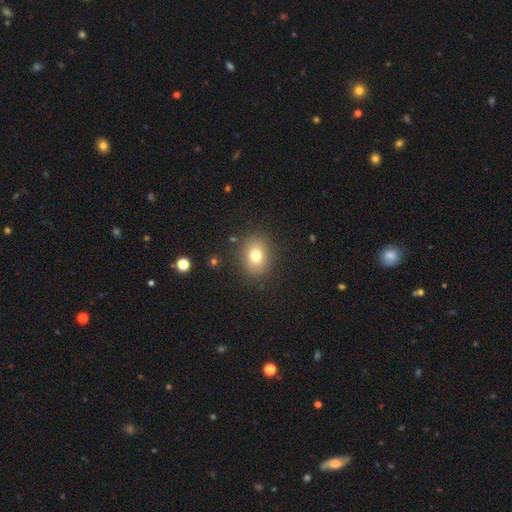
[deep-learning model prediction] A smooth galaxy with no disk features (76%) that is in between round and cigar-shaped (51%). Merging: none (86%).